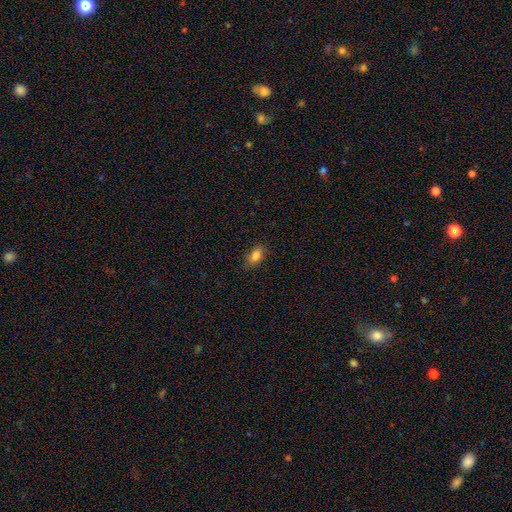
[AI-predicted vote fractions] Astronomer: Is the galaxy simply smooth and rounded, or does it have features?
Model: smooth — 83%.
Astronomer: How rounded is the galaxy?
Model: in between — 84%.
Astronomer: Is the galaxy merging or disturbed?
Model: none — 82%.